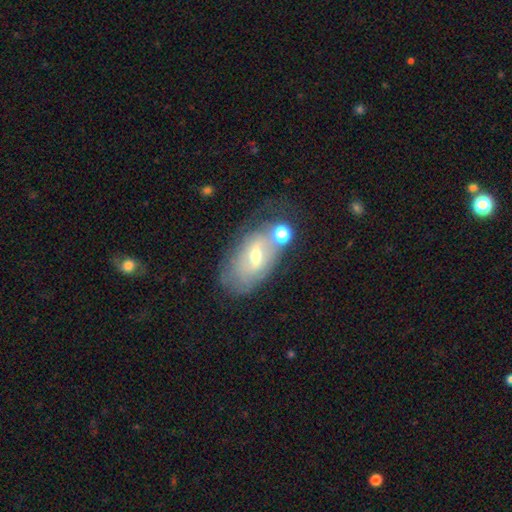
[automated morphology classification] Smooth or featured? Predicted: featured or disk (p=0.59). Edge-on disk? Predicted: no (p=0.90). Bar? Predicted: weak (p=0.45). Spiral arms? Predicted: yes (p=0.55). Bulge size? Predicted: moderate (p=0.55). Merging? Predicted: none (p=0.47).